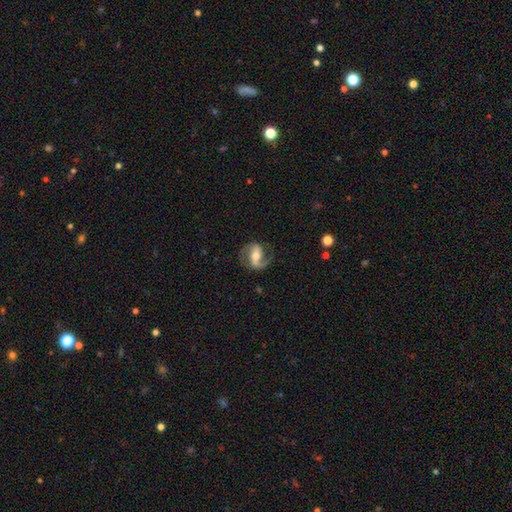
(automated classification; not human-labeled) Smooth or featured? featured or disk (87%)
Edge-on disk? no (97%)
Bar? strong (39%)
Spiral arms? yes (96%)
Spiral winding? medium (53%)
Spiral arm count? 2 (89%)
Bulge size? moderate (64%)
Merging? none (78%)